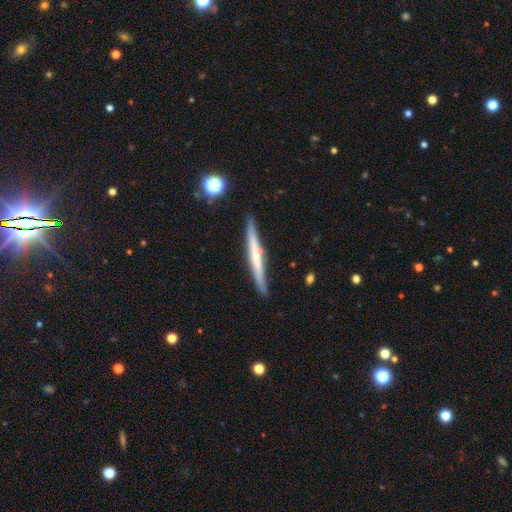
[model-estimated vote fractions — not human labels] Smooth or featured: featured or disk — 55% (smooth — 39%)
Edge-on disk: yes — 97% (no — 3%)
Edge-on bulge: none — 66% (rounded — 25%)
Merging: none — 88% (minor disturbance — 9%)